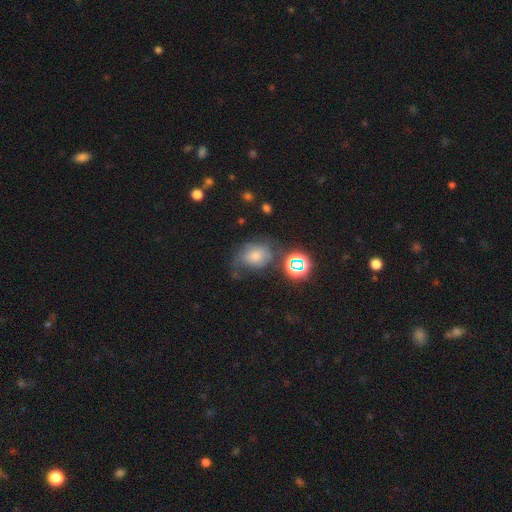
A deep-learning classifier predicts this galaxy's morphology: Smooth or featured? smooth (54%)
How rounded? in between (52%)
Merging? none (40%)